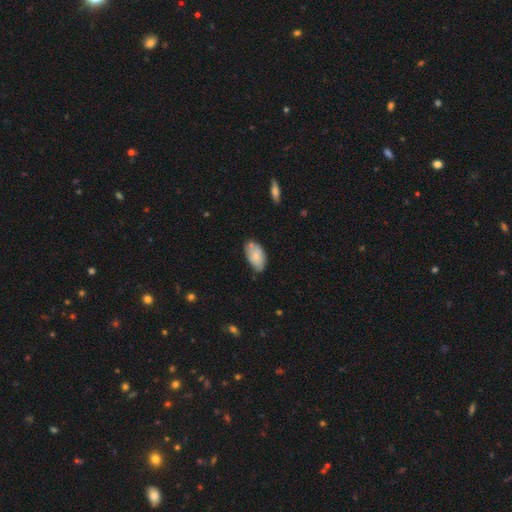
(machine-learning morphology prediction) Smooth or featured? Predicted: smooth (p=0.70). How rounded? Predicted: in between (p=0.94). Merging? Predicted: none (p=0.65).